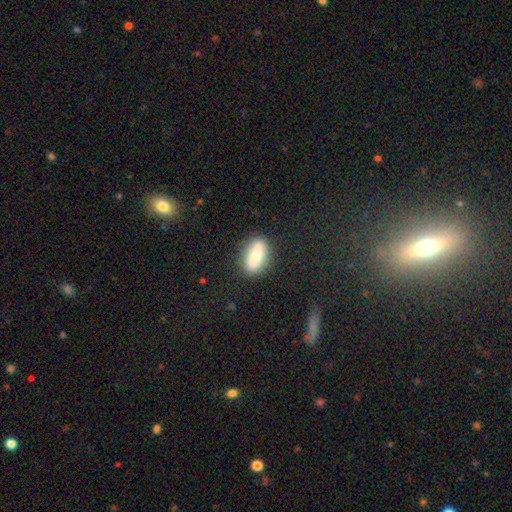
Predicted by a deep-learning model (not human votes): Smooth or featured?
  - smooth: 65% *
  - featured or disk: 27%
  - star or artifact: 8%
How rounded?
  - in between: 76% *
  - cigar-shaped: 16%
  - round: 8%
Merging?
  - none: 86% *
  - minor disturbance: 10%
  - major disturbance: 3%
  - merger: 1%